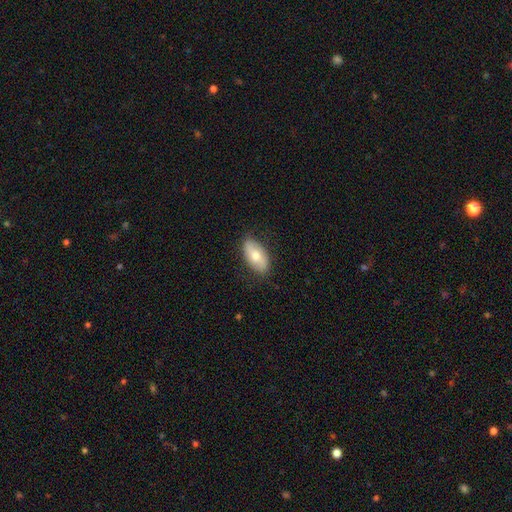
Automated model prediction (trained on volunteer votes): Morphology: type=smooth (66%); roundness=in between (93%); merging=none (82%).